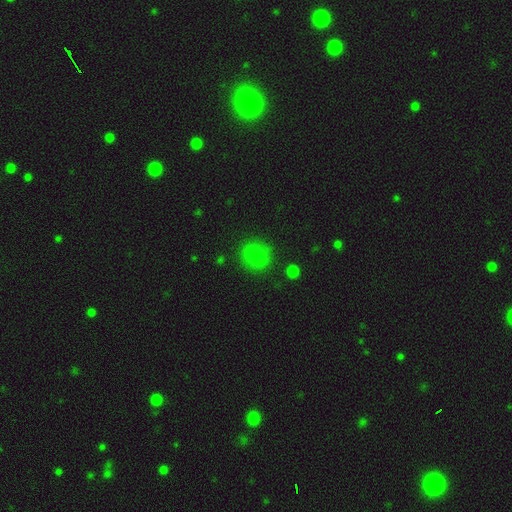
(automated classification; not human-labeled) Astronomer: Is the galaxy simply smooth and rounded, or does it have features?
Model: smooth — 79%.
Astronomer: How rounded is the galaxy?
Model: round — 75%.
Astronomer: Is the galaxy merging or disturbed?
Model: none — 82%.